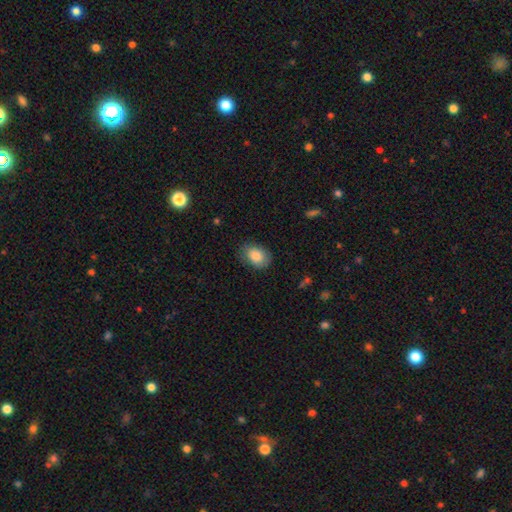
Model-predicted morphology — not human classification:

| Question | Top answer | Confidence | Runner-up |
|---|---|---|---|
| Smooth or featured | smooth | 84% | featured or disk (9%) |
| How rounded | in between | 72% | round (27%) |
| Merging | none | 77% | minor disturbance (18%) |